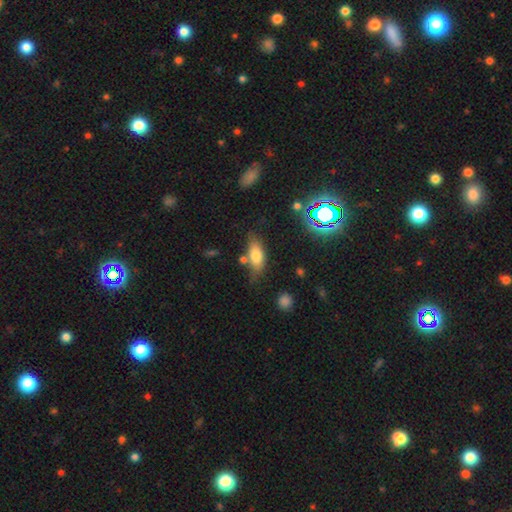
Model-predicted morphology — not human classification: A smooth galaxy with no disk features (71%) that is in between round and cigar-shaped (80%).

Vote fractions:
- Smooth or featured? smooth: 71% / featured or disk: 19% / star or artifact: 10%
- How rounded? in between: 80% / cigar-shaped: 16% / round: 4%
- Merging? none: 62% / minor disturbance: 22% / merger: 11% / major disturbance: 6%